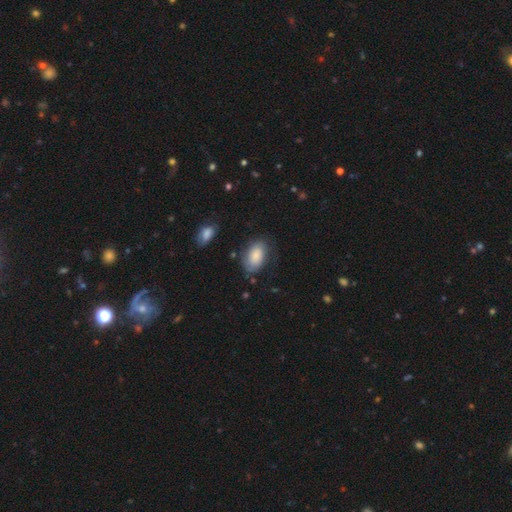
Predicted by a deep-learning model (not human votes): Smooth or featured?
  - smooth: 81% *
  - featured or disk: 12%
  - star or artifact: 6%
How rounded?
  - in between: 92% *
  - round: 7%
  - cigar-shaped: 2%
Merging?
  - none: 69% *
  - minor disturbance: 21%
  - major disturbance: 7%
  - merger: 3%